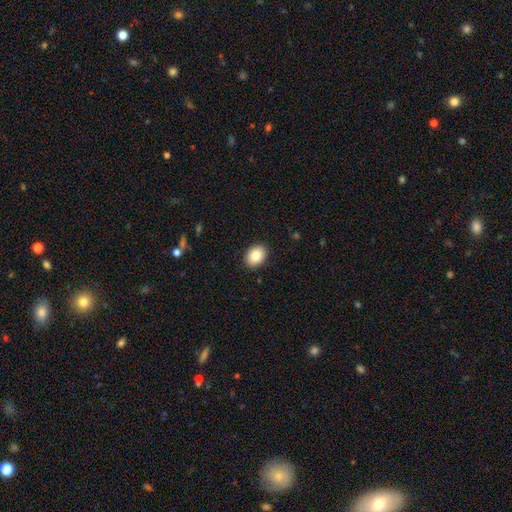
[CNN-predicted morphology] A smooth galaxy with no disk features (84%) that is in between round and cigar-shaped (67%).

Vote fractions:
- Smooth or featured? smooth: 84% / star or artifact: 8% / featured or disk: 8%
- How rounded? in between: 67% / round: 32% / cigar-shaped: 1%
- Merging? none: 90% / minor disturbance: 7% / major disturbance: 2% / merger: 1%